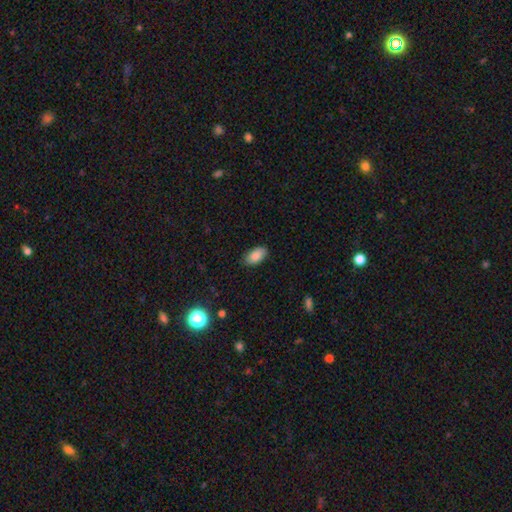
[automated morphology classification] A smooth galaxy with no disk features (87%) that is in between round and cigar-shaped (94%). Merging: none (86%).